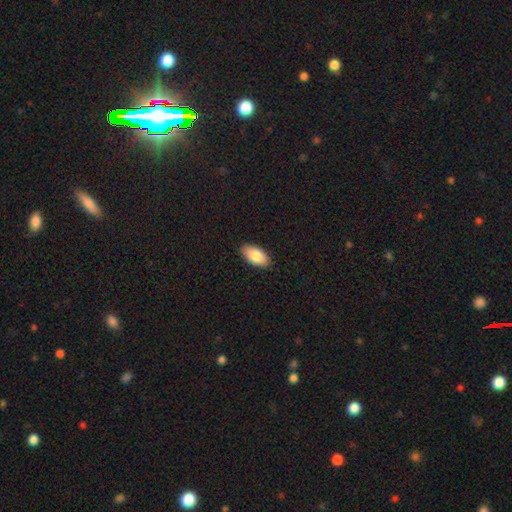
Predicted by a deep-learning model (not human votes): Smooth or featured? Predicted: smooth (p=0.84). How rounded? Predicted: in between (p=0.94). Merging? Predicted: none (p=0.89).